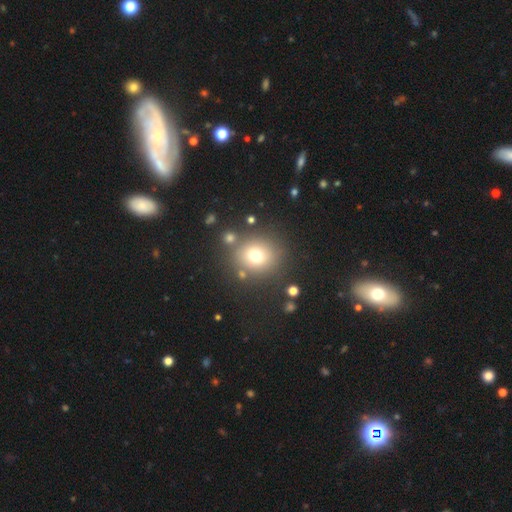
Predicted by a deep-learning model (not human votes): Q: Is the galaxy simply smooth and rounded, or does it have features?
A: smooth — 71%.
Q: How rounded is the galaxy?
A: round — 84%.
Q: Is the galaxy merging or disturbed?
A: none — 78%.